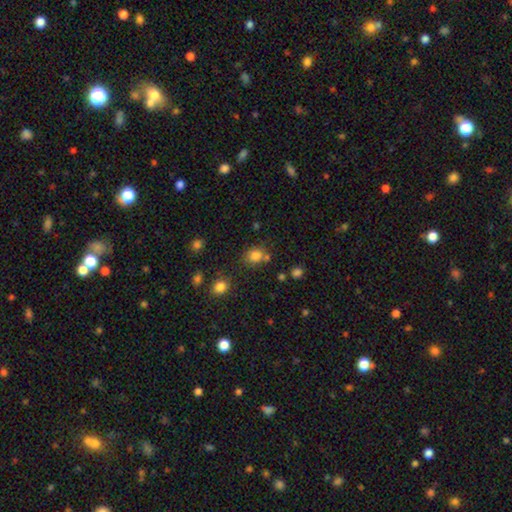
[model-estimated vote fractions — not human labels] This appears to be a smooth galaxy with no disk features (81%) that is round (72%). Merging: none (66%).